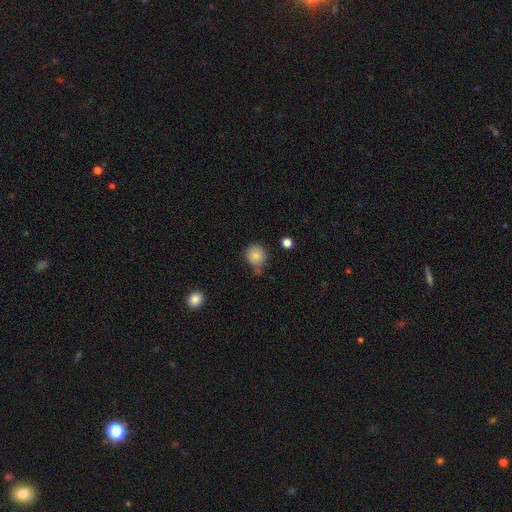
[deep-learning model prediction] smooth_or_featured: smooth (p=0.82) [alt: star or artifact p=0.10]
how_rounded: round (p=0.89) [alt: in between p=0.10]
merging: none (p=0.68) [alt: minor disturbance p=0.18]